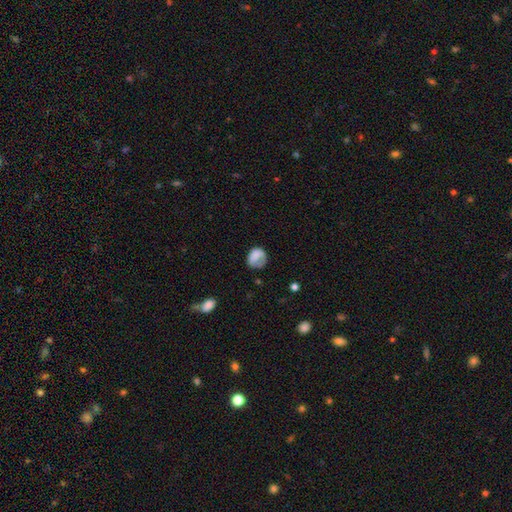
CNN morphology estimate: Smooth or featured?
  - smooth: 75% *
  - featured or disk: 16%
  - star or artifact: 9%
How rounded?
  - round: 63% *
  - in between: 36%
  - cigar-shaped: 1%
Merging?
  - none: 47% *
  - minor disturbance: 29%
  - major disturbance: 22%
  - merger: 3%